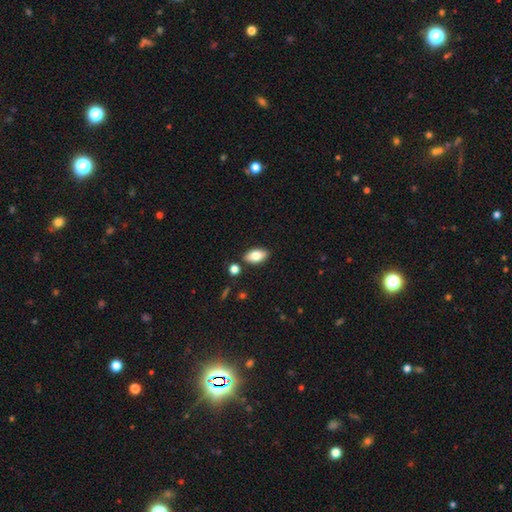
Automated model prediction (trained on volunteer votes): Smooth or featured: smooth — 79% (featured or disk — 14%)
How rounded: in between — 92% (round — 4%)
Merging: none — 84% (minor disturbance — 9%)